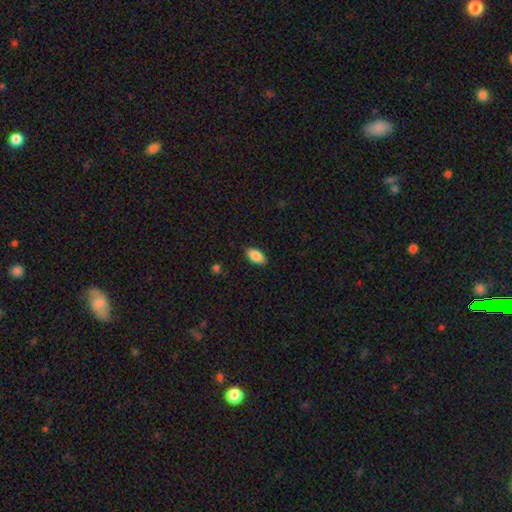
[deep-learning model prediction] Smooth or featured? smooth (87%)
How rounded? in between (92%)
Merging? none (87%)